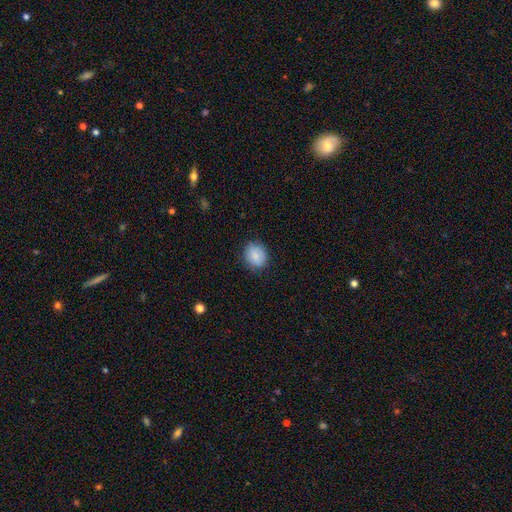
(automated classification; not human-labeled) smooth 85%, featured or disk 8%, star or artifact 8%. Down the decision tree: how rounded — round (72%); merging — none (85%).